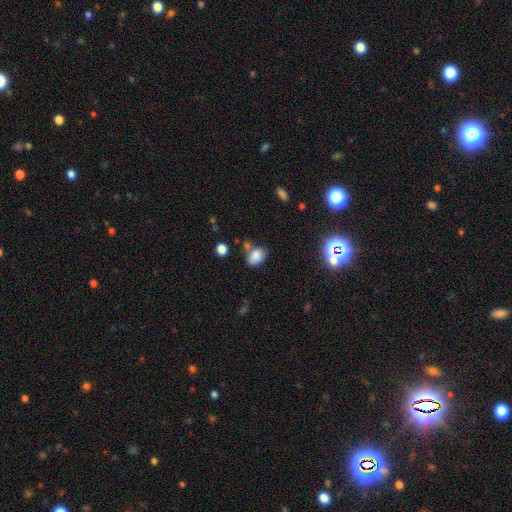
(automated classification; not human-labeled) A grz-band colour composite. It shows a smooth galaxy with no disk features (82%) that is in between round and cigar-shaped (76%). Merging: none (63%).